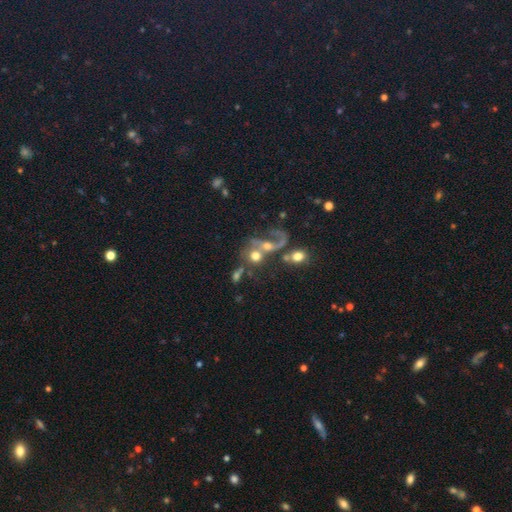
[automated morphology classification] Overall: smooth (46%; featured or disk 40%). Merging: merger (52%; major disturbance 20%).